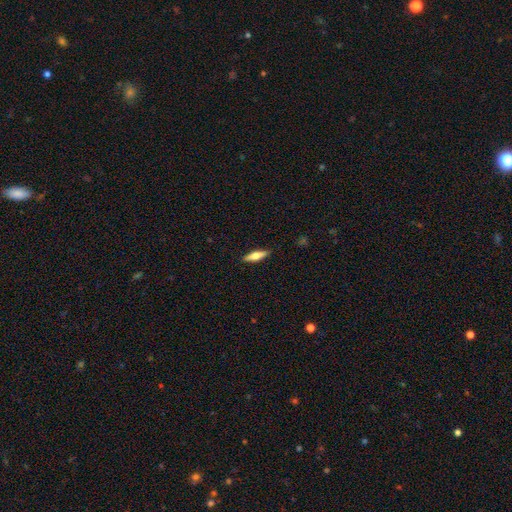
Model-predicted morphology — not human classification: type=smooth (52%); roundness=cigar-shaped (63%); merging=none (90%).